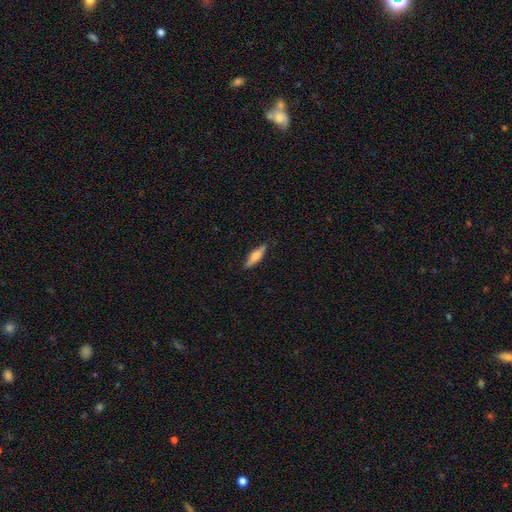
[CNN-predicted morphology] A smooth galaxy with no disk features (55%) that is cigar-shaped (68%). Merging: none (88%).